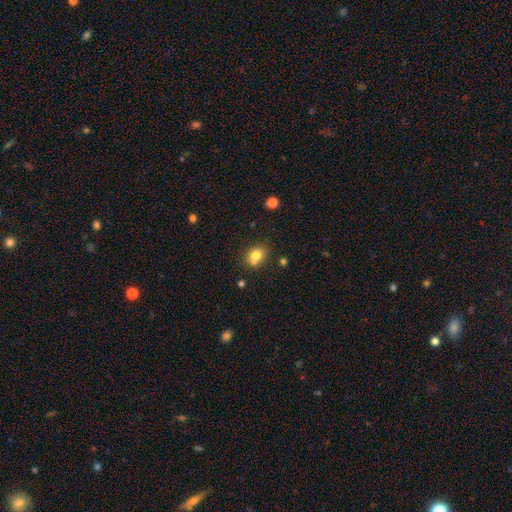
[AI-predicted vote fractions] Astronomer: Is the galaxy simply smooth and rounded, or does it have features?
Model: smooth — 78%.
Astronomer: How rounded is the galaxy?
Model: round — 58% (runner-up: in between, 41%).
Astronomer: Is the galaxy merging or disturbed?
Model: none — 63%.